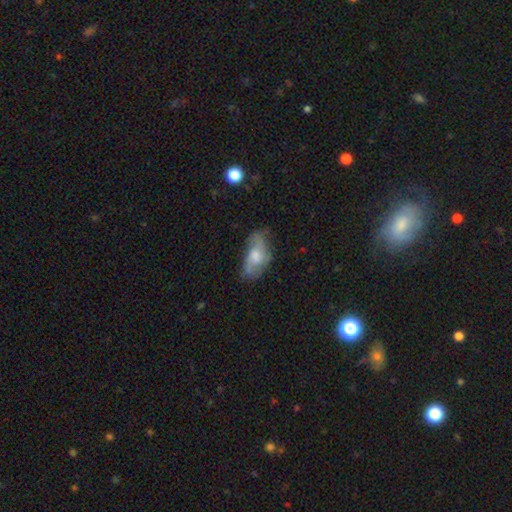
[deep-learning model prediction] Morphology: type=featured or disk (49%); merging=none (50%).